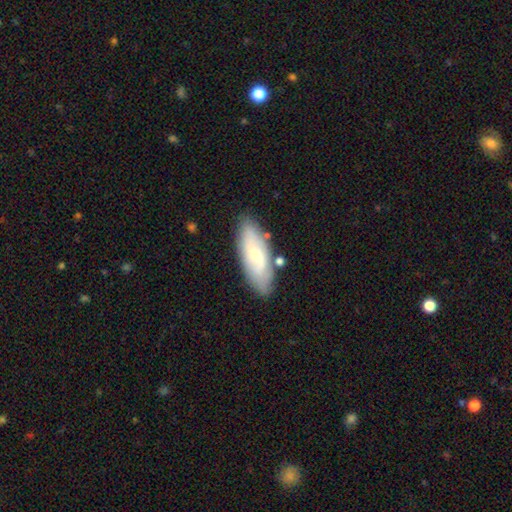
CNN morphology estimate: Smooth or featured: smooth — 49% (featured or disk — 45%)
Merging: none — 77% (minor disturbance — 15%)